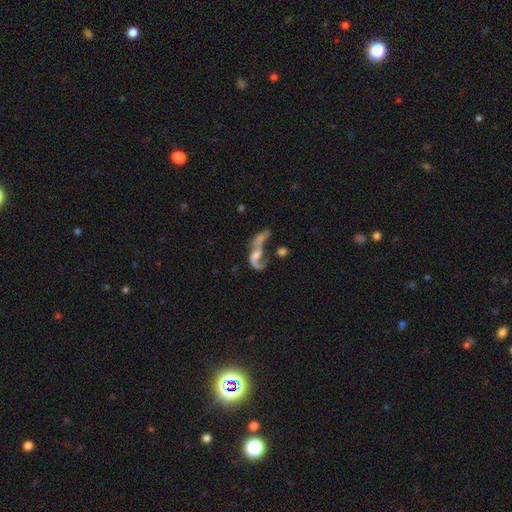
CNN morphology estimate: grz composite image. It shows a featured or disk galaxy (64%) with no bar (64%), spiral arms (66%) and no central bulge (42%). Merging: merger (44%).